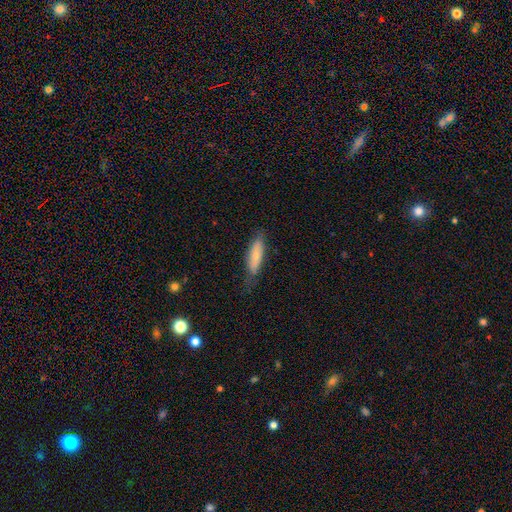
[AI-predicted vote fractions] Overall: smooth (71%). How rounded: cigar-shaped (51%; in between 48%). Merging: none (68%).